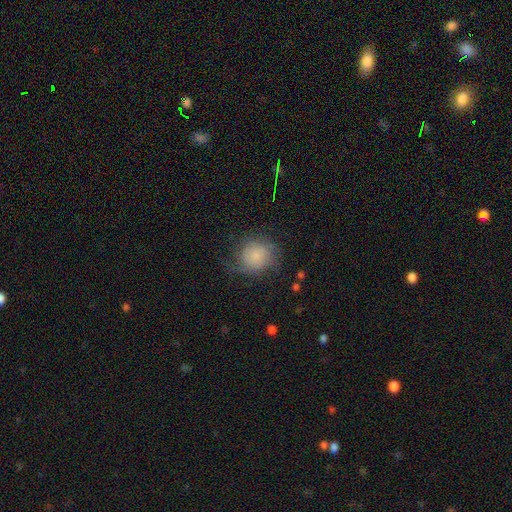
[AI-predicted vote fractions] Q: Smooth or featured?
A: smooth (64%); runner-up: featured or disk (26%)
Q: How rounded?
A: round (81%); runner-up: in between (18%)
Q: Merging?
A: none (57%); runner-up: minor disturbance (26%)